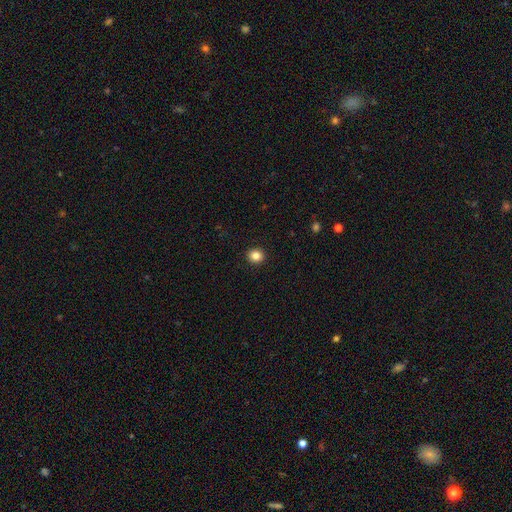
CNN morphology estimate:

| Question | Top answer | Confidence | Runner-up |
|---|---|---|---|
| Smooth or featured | smooth | 85% | star or artifact (11%) |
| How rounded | round | 85% | in between (14%) |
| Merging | none | 93% | minor disturbance (4%) |